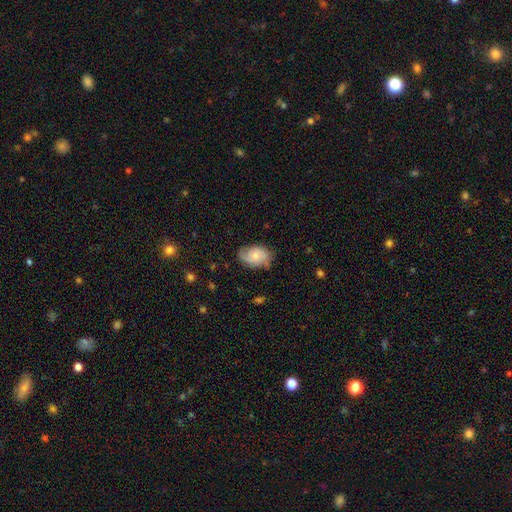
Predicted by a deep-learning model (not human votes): smooth_or_featured: featured or disk (p=0.52) [alt: smooth p=0.40]
disk_edge_on: no (p=0.96) [alt: yes p=0.04]
bar: no (p=0.68) [alt: weak p=0.28]
has_spiral_arms: yes (p=0.88) [alt: no p=0.12]
bulge_size: small (p=0.49) [alt: moderate p=0.37]
merging: none (p=0.67) [alt: minor disturbance p=0.24]